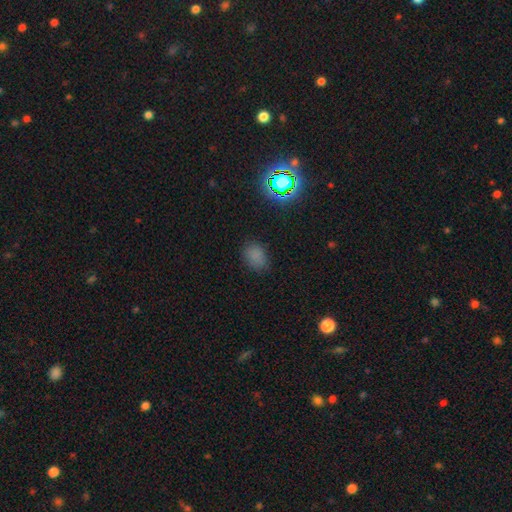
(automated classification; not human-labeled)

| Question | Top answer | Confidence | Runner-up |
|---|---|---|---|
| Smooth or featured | smooth | 75% | star or artifact (20%) |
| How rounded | in between | 71% | round (28%) |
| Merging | none | 77% | minor disturbance (17%) |